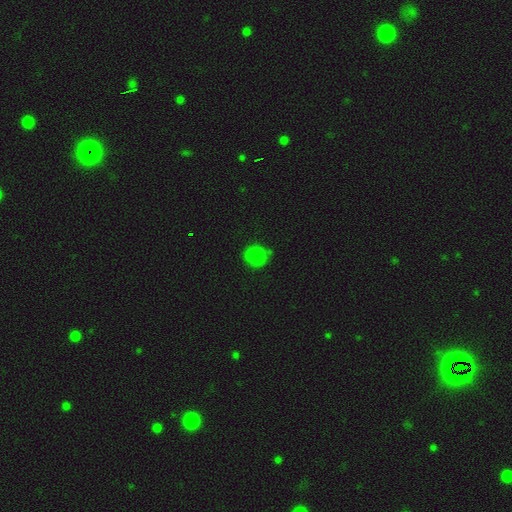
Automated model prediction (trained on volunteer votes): Morphology: type=smooth (83%); roundness=round (76%); merging=none (76%).